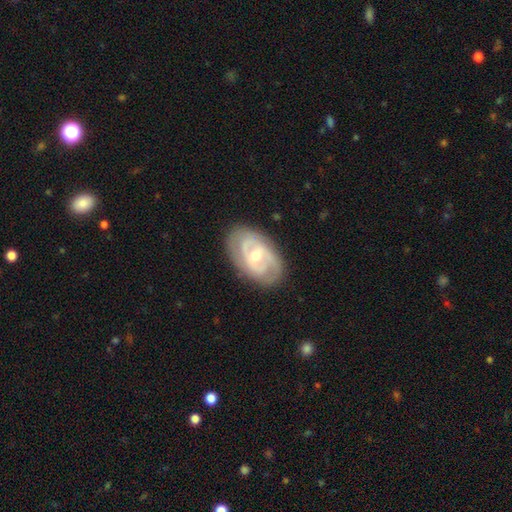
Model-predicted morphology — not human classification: Smooth or featured? Predicted: featured or disk (p=0.78). Edge-on disk? Predicted: no (p=0.95). Bar? Predicted: weak (p=0.47). Spiral arms? Predicted: yes (p=0.84). Spiral winding? Predicted: tight (p=0.54). Spiral arm count? Predicted: 2 (p=0.54). Bulge size? Predicted: moderate (p=0.64). Merging? Predicted: none (p=0.80).